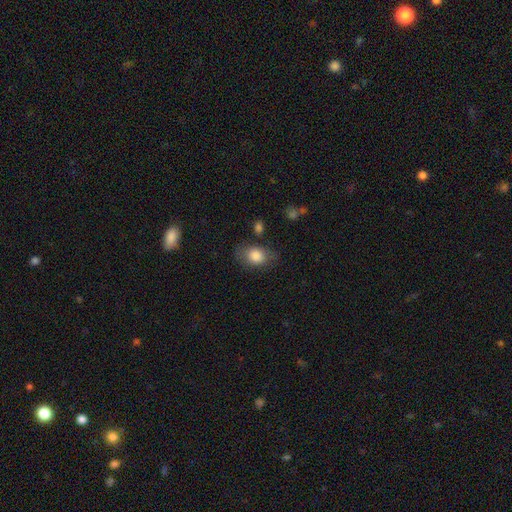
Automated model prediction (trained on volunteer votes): smooth_or_featured: smooth (p=0.82) [alt: featured or disk p=0.11]
how_rounded: in between (p=0.76) [alt: round p=0.22]
merging: none (p=0.70) [alt: minor disturbance p=0.20]